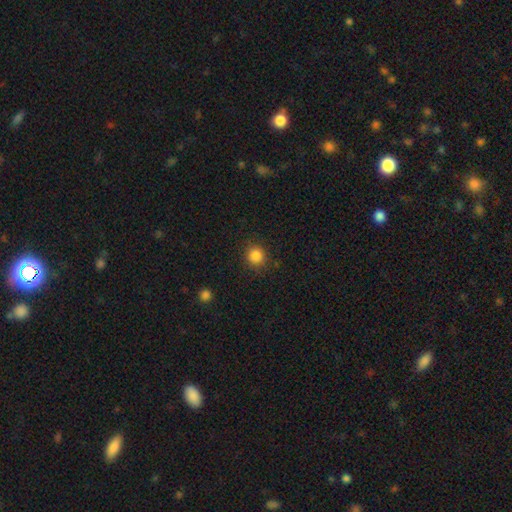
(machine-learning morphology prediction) A smooth galaxy with no disk features (86%) that is round (90%).

Vote fractions:
- Smooth or featured? smooth: 86% / star or artifact: 11% / featured or disk: 3%
- How rounded? round: 90% / in between: 9% / cigar-shaped: 1%
- Merging? none: 87% / minor disturbance: 8% / major disturbance: 3% / merger: 1%